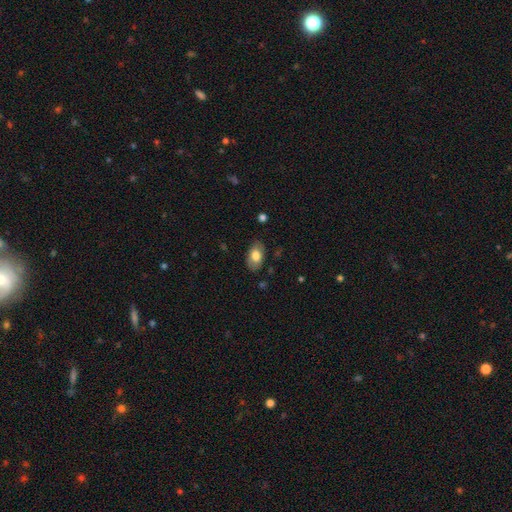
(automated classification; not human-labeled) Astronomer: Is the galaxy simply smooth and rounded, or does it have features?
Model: smooth — 74%.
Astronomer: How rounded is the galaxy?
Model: in between — 92%.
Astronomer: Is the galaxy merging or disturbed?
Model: none — 81%.